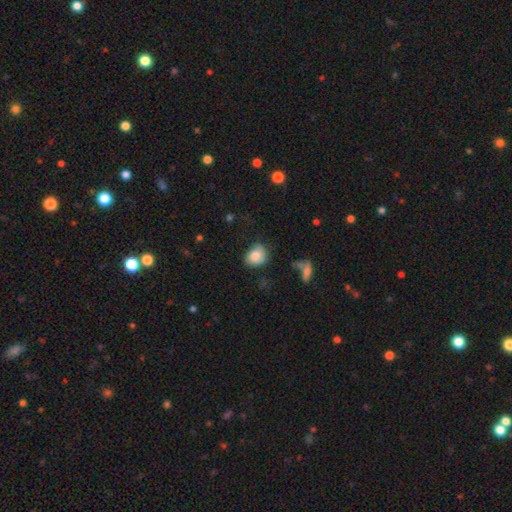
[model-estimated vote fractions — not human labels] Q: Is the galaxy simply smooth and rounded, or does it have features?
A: smooth — 78%.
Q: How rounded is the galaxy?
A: round — 56%.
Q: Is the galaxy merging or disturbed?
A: none — 55%.